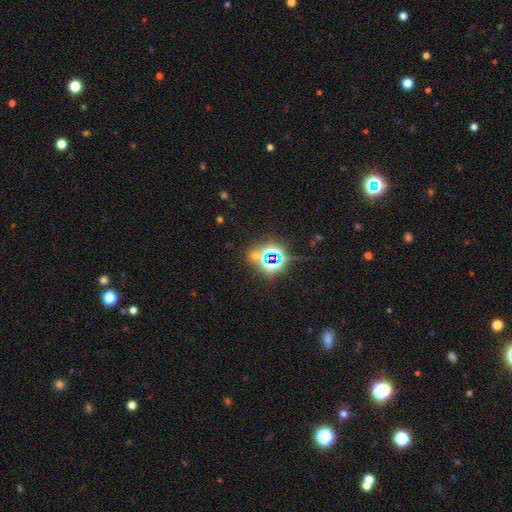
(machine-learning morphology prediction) Smooth or featured? star or artifact (72%)